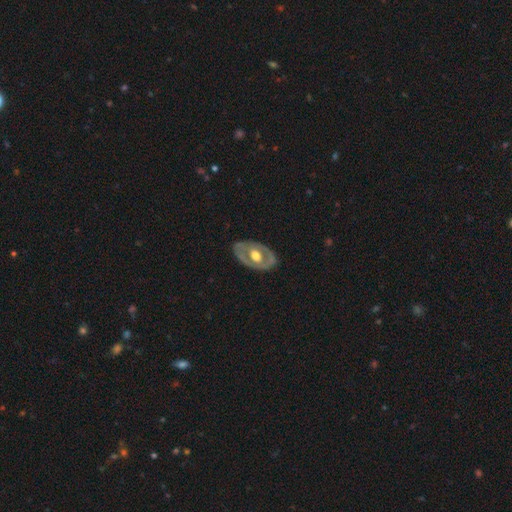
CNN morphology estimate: A featured or disk galaxy (64%) with no bar (77%), no spiral arms (79%) and a moderate central bulge (59%).

Vote fractions:
- Smooth or featured? featured or disk: 64% / smooth: 31% / star or artifact: 4%
- Edge-on disk? no: 89% / yes: 11%
- Bar? no: 77% / weak: 17% / strong: 6%
- Spiral arms? no: 79% / yes: 21%
- Bulge size? moderate: 59% / large: 34% / small: 4% / dominant: 1% / none: 1%
- Merging? none: 76% / minor disturbance: 18% / major disturbance: 5% / merger: 1%